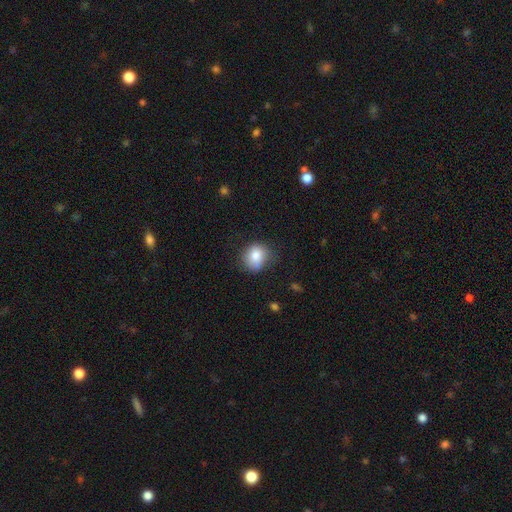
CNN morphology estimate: This appears to be a smooth galaxy with no disk features (81%) that is round (72%). Merging: none (67%).